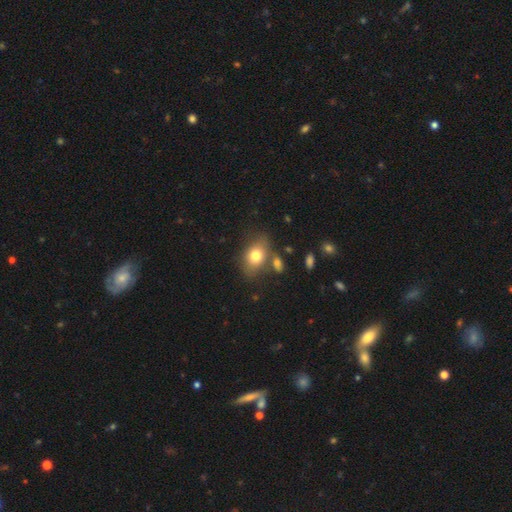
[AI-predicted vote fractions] Smooth or featured: smooth — 76% (featured or disk — 15%)
How rounded: in between — 76% (round — 22%)
Merging: none — 67% (minor disturbance — 17%)